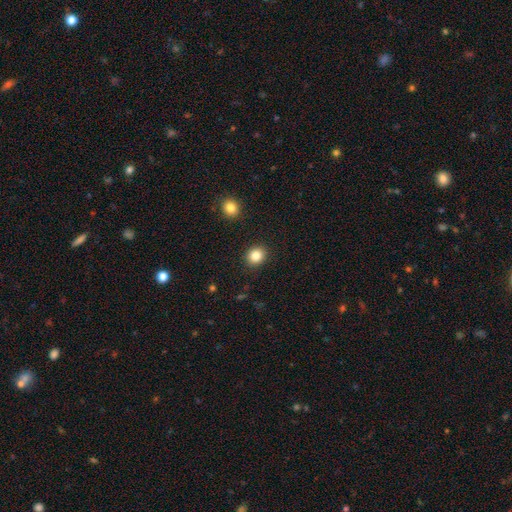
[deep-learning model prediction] This appears to be a smooth galaxy with no disk features (84%) that is round (76%). Merging: none (90%).